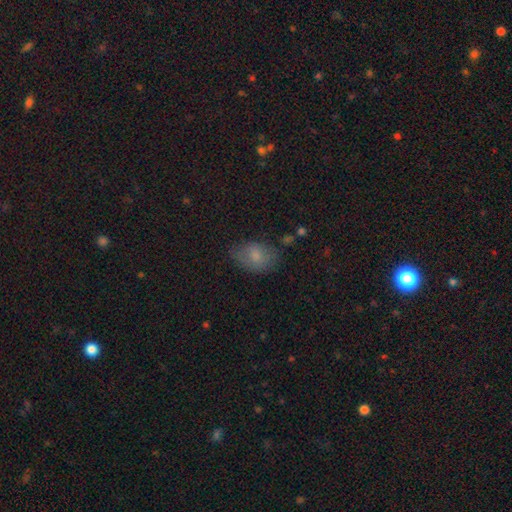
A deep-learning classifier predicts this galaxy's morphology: Overall: smooth (76%). How rounded: in between (82%). Merging: none (63%; minor disturbance 26%).